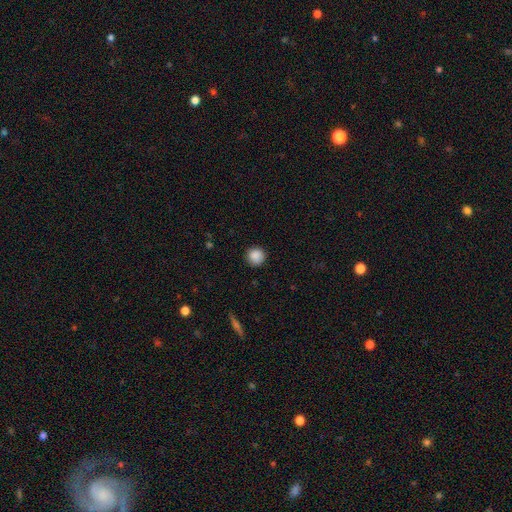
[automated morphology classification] This appears to be a smooth galaxy with no disk features (88%) that is round (94%). Merging: none (89%).